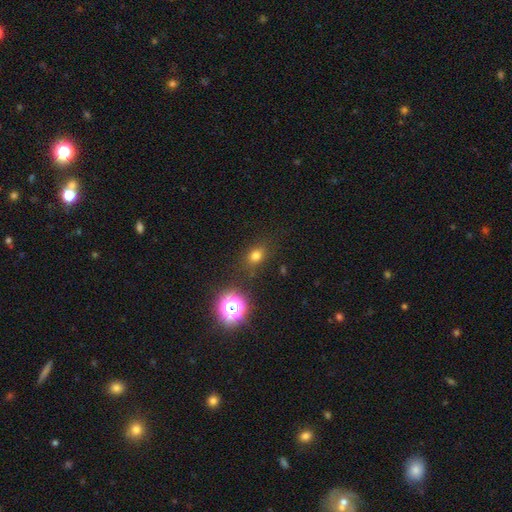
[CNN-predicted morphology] type=smooth (71%); roundness=round (51%); merging=none (80%).